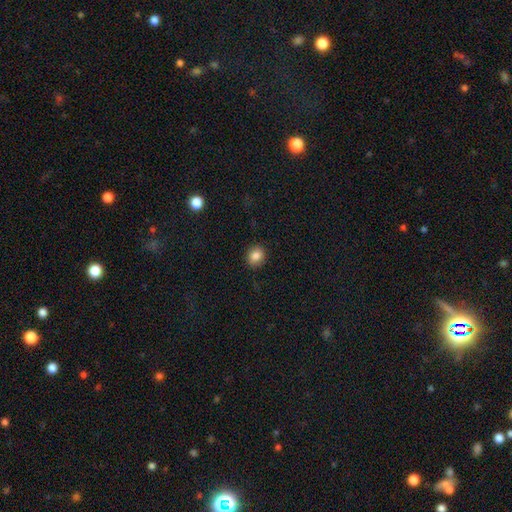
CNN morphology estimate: This appears to be a smooth galaxy with no disk features (85%) that is round (76%). Merging: none (90%).